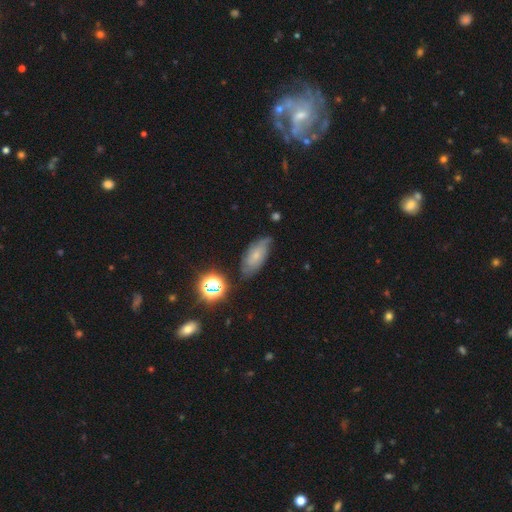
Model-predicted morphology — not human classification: type=smooth (49%); merging=none (64%).